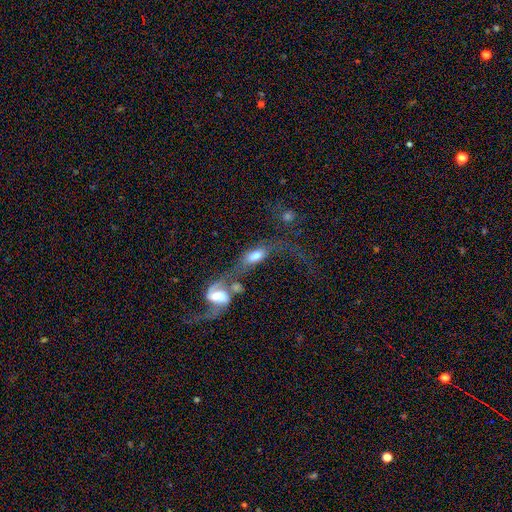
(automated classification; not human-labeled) Smooth or featured?
  - smooth: 49% *
  - featured or disk: 41%
  - star or artifact: 10%
Merging?
  - merger: 64% *
  - major disturbance: 15%
  - none: 13%
  - minor disturbance: 7%